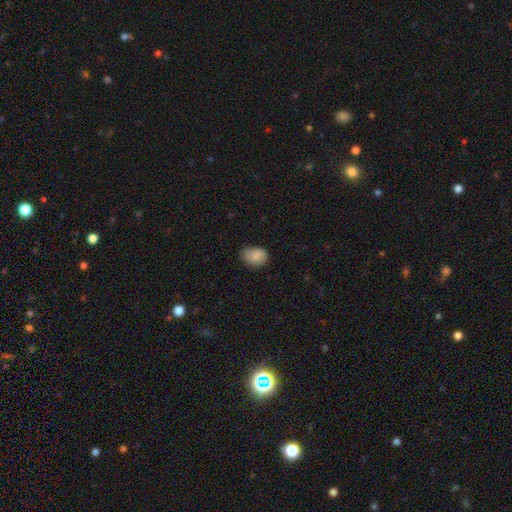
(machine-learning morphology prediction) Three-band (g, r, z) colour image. It shows a smooth galaxy with no disk features (86%) that is in between round and cigar-shaped (65%). Merging: none (64%).